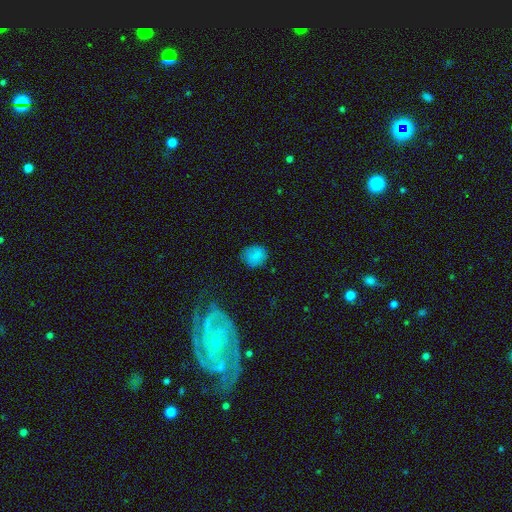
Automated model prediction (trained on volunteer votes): This appears to be a smooth galaxy with no disk features (80%) that is round (72%). Merging: none (78%).